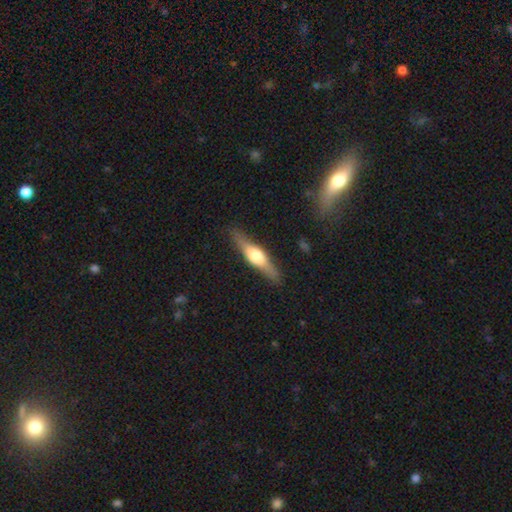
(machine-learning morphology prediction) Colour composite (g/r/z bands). It shows a featured or disk galaxy (63%) viewed edge-on (95%) with a rounded central bulge (88%). Merging: none (87%).